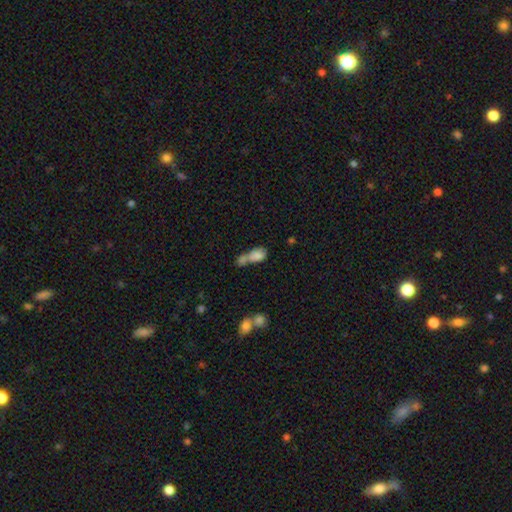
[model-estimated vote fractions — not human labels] Morphology: type=smooth (73%); roundness=in between (79%); merging=merger (66%).